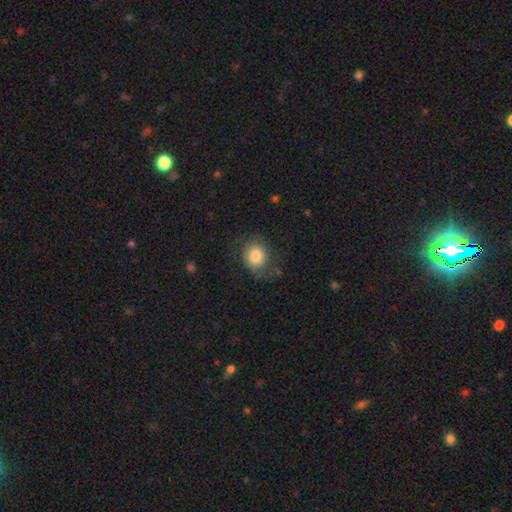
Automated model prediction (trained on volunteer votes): smooth 76%, featured or disk 16%, star or artifact 9%. Down the decision tree: how rounded — round (68%); merging — none (61%).